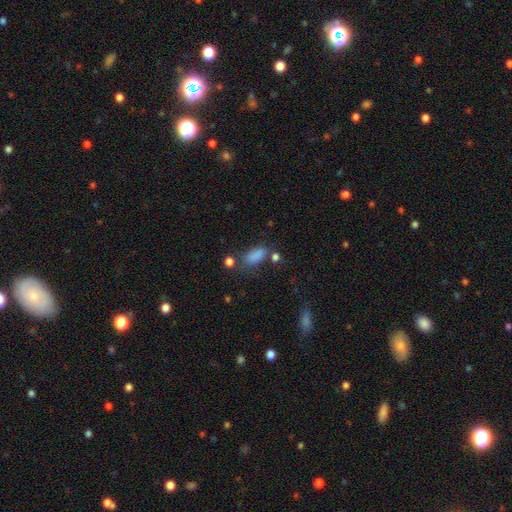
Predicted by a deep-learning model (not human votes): smooth_or_featured: smooth (p=0.84) [alt: star or artifact p=0.11]
how_rounded: in between (p=0.83) [alt: cigar-shaped p=0.12]
merging: none (p=0.60) [alt: minor disturbance p=0.20]